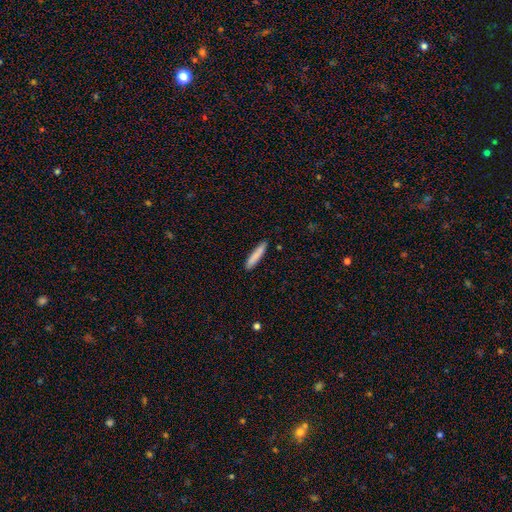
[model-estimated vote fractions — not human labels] smooth 84%, featured or disk 10%, star or artifact 6%. Down the decision tree: how rounded — cigar-shaped (90%); merging — none (89%).